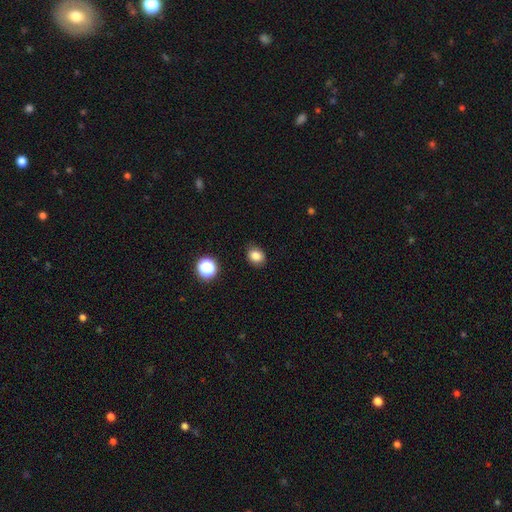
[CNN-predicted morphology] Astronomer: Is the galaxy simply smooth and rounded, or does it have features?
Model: smooth — 83%.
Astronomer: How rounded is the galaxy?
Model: round — 51% (runner-up: in between, 49%).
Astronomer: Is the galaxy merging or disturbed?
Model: none — 86%.